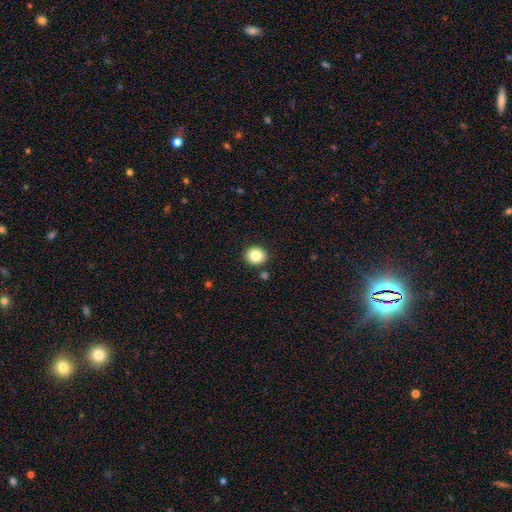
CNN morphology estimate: A smooth galaxy with no disk features (83%) that is round (83%). Merging: none (89%).